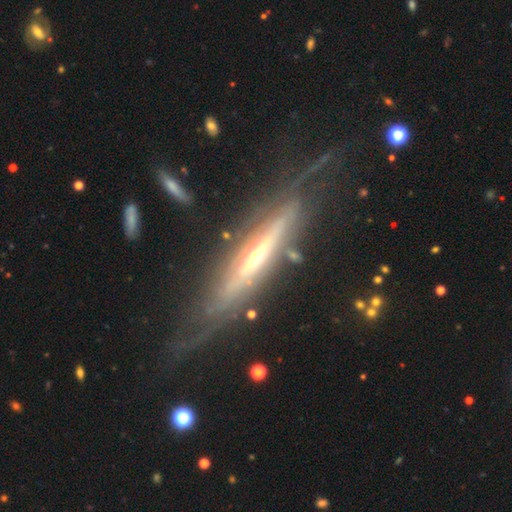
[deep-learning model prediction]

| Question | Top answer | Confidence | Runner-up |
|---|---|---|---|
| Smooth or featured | featured or disk | 86% | smooth (9%) |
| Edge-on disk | yes | 78% | no (22%) |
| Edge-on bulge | rounded | 74% | none (22%) |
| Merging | none | 64% | minor disturbance (21%) |